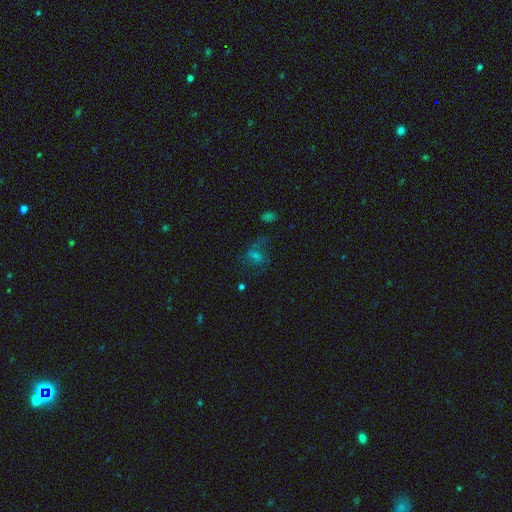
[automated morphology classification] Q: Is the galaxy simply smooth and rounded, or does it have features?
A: smooth — 36%, tied with featured or disk.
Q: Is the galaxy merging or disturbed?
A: none — 46%.